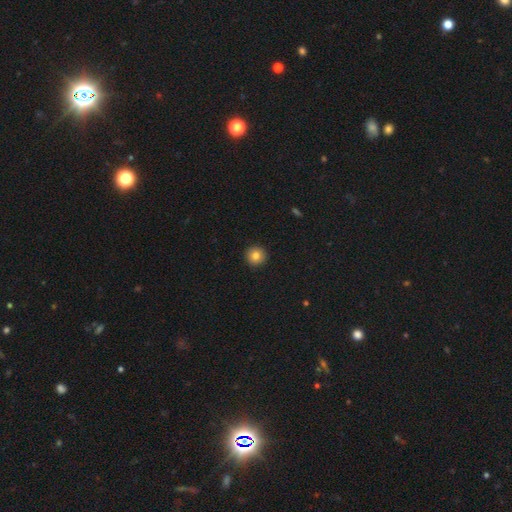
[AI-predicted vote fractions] Q: Smooth or featured?
A: smooth (82%); runner-up: star or artifact (10%)
Q: How rounded?
A: round (95%); runner-up: in between (4%)
Q: Merging?
A: none (93%); runner-up: minor disturbance (4%)